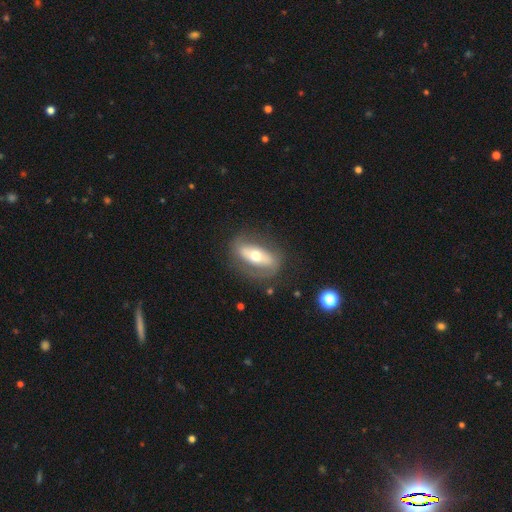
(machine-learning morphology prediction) A featured or disk galaxy (58%).

Vote fractions:
- Smooth or featured? featured or disk: 58% / smooth: 36% / star or artifact: 6%
- Edge-on disk? no: 81% / yes: 19%
- Merging? none: 73% / minor disturbance: 16% / major disturbance: 9% / merger: 2%